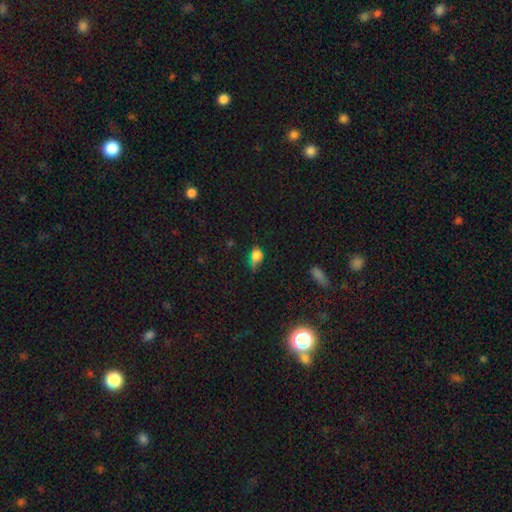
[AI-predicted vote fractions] Smooth or featured? Predicted: smooth (p=0.63). How rounded? Predicted: in between (p=0.67). Merging? Predicted: none (p=0.38).